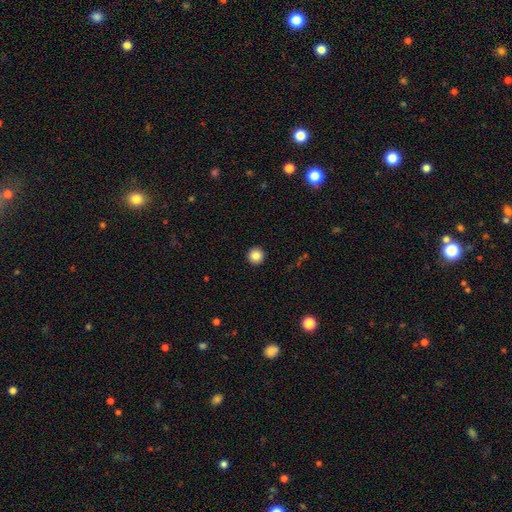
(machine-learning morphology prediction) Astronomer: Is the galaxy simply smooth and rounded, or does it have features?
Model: smooth — 85%.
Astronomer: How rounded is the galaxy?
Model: round — 96%.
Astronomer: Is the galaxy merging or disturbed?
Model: none — 93%.